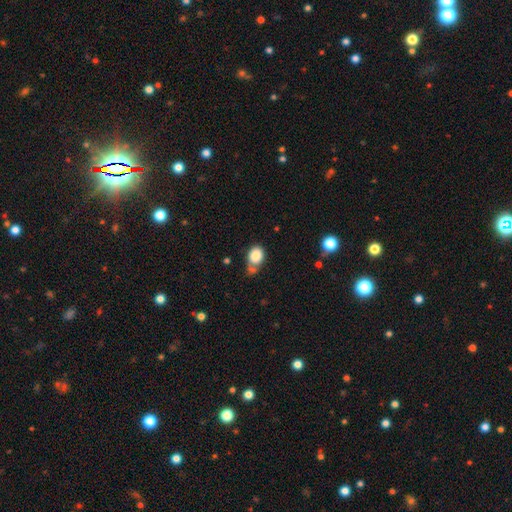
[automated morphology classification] Smooth or featured? smooth (83%)
How rounded? in between (63%)
Merging? none (45%)